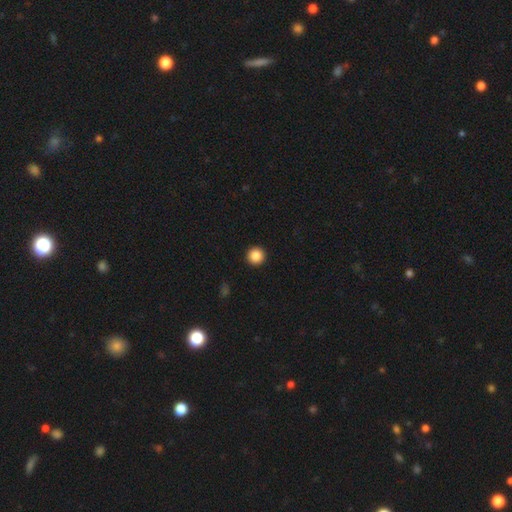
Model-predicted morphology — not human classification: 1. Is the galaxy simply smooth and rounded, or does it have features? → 87% smooth, 9% star or artifact, 3% featured or disk.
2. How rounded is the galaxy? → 96% round, 3% in between, 1% cigar-shaped.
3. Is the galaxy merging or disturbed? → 94% none, 4% minor disturbance, 1% major disturbance, 1% merger.